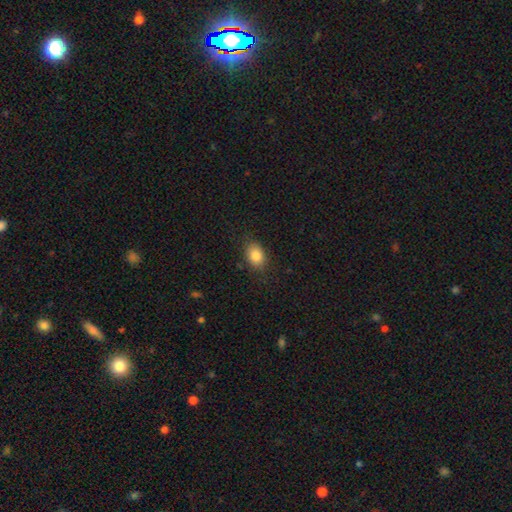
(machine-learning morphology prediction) Smooth or featured? smooth (84%)
How rounded? in between (73%)
Merging? none (82%)